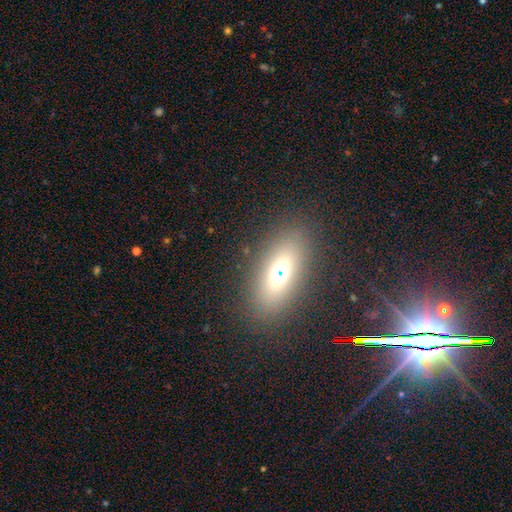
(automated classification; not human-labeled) Smooth or featured: smooth — 54% (star or artifact — 25%)
How rounded: in between — 69% (cigar-shaped — 25%)
Merging: none — 85% (minor disturbance — 9%)